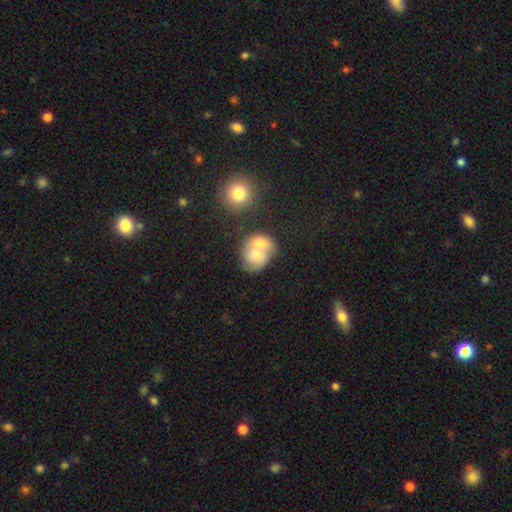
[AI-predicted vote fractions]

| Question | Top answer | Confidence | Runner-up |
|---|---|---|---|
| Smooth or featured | smooth | 60% | featured or disk (32%) |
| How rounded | round | 57% | in between (41%) |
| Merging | merger | 65% | none (21%) |